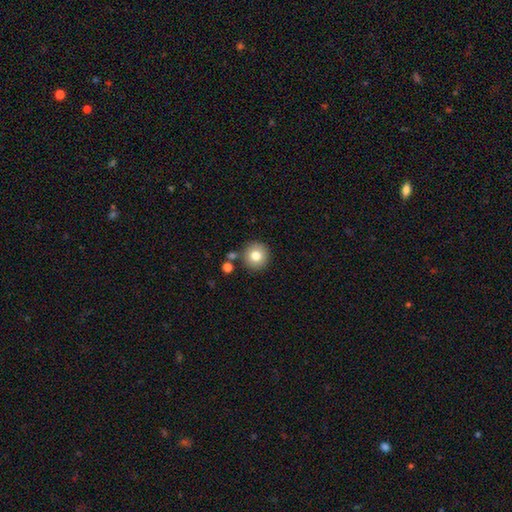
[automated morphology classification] type=smooth (79%); roundness=round (94%); merging=none (83%).